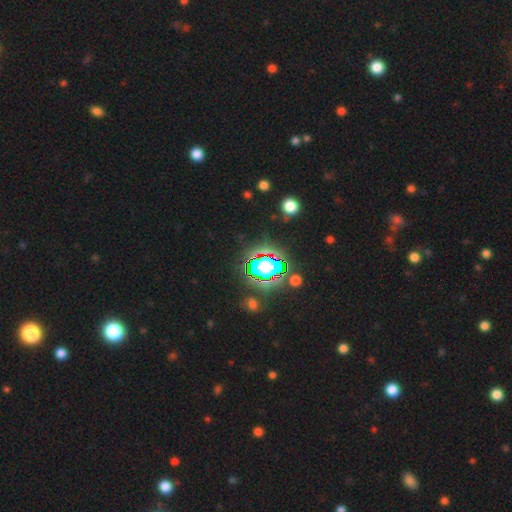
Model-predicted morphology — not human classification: This appears to be a star or artifact, not a galaxy (67%).